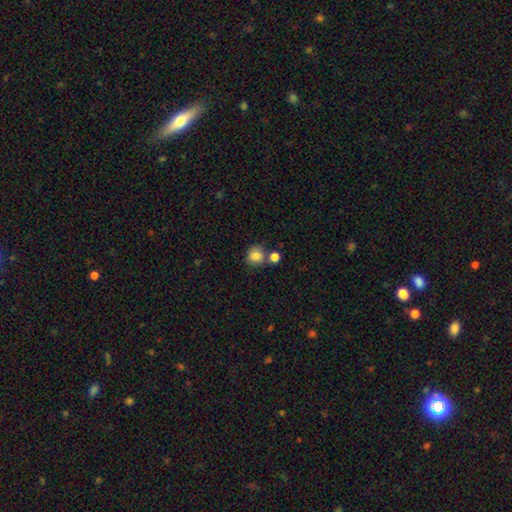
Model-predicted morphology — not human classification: Smooth or featured?
  - smooth: 85% *
  - star or artifact: 10%
  - featured or disk: 6%
How rounded?
  - round: 80% *
  - in between: 19%
  - cigar-shaped: 1%
Merging?
  - none: 61% *
  - merger: 22%
  - minor disturbance: 13%
  - major disturbance: 4%